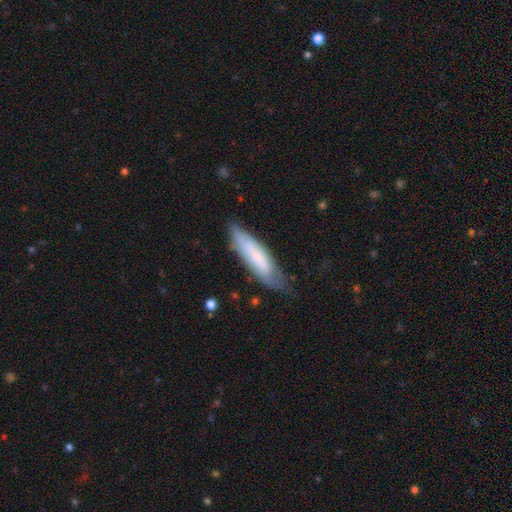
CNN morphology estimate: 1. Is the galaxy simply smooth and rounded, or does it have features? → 67% smooth, 26% featured or disk, 7% star or artifact.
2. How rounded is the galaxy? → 65% cigar-shaped, 34% in between, 1% round.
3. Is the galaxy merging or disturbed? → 63% none, 27% minor disturbance, 7% major disturbance, 2% merger.